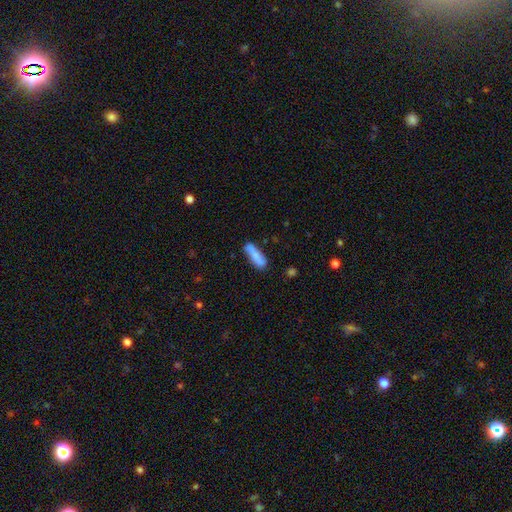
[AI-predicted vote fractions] Q: Smooth or featured?
A: smooth (73%); runner-up: featured or disk (21%)
Q: How rounded?
A: cigar-shaped (58%); runner-up: in between (40%)
Q: Merging?
A: none (72%); runner-up: minor disturbance (20%)